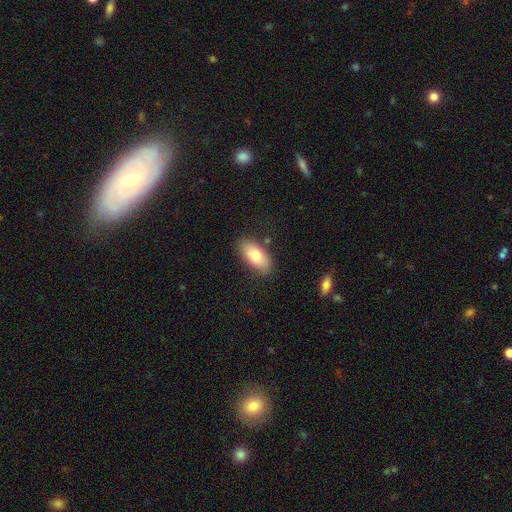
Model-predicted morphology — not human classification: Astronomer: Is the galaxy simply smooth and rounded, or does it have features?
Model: smooth — 77%.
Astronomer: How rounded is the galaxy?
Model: in between — 90%.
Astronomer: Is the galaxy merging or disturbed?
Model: none — 81%.